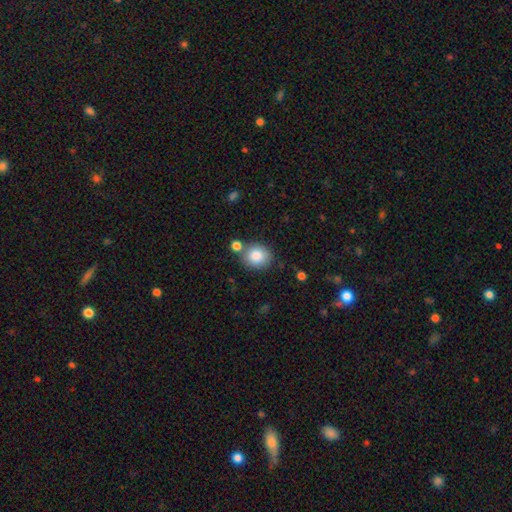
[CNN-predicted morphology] Smooth or featured? Predicted: smooth (p=0.83). How rounded? Predicted: round (p=0.75). Merging? Predicted: none (p=0.71).